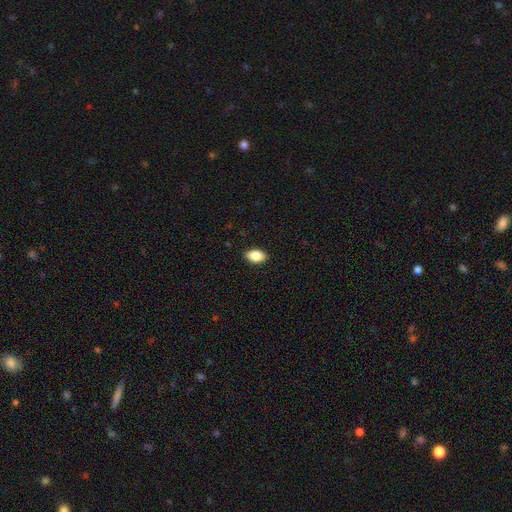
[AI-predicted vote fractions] Smooth or featured? smooth (85%)
How rounded? in between (91%)
Merging? none (90%)